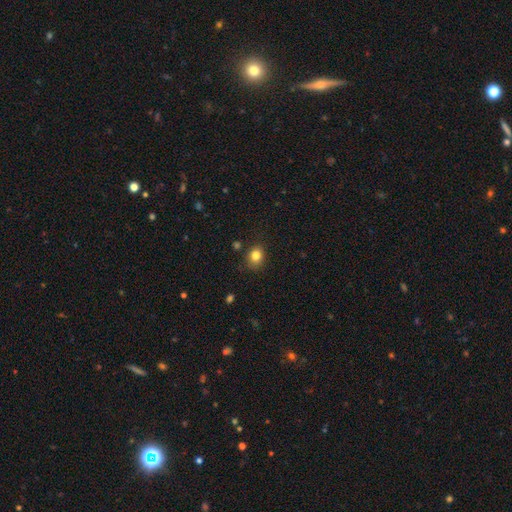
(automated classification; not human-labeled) Q: Smooth or featured?
A: smooth (82%); runner-up: star or artifact (11%)
Q: How rounded?
A: round (62%); runner-up: in between (38%)
Q: Merging?
A: none (81%); runner-up: minor disturbance (14%)